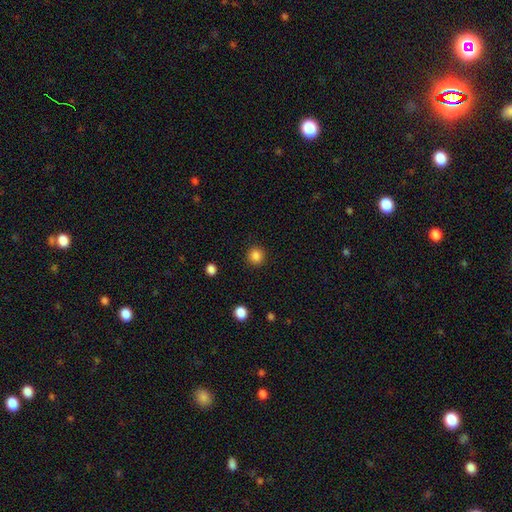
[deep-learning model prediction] This is clearly a smooth galaxy (86%). How rounded: clearly round (93%). Merging: clearly none (91%).